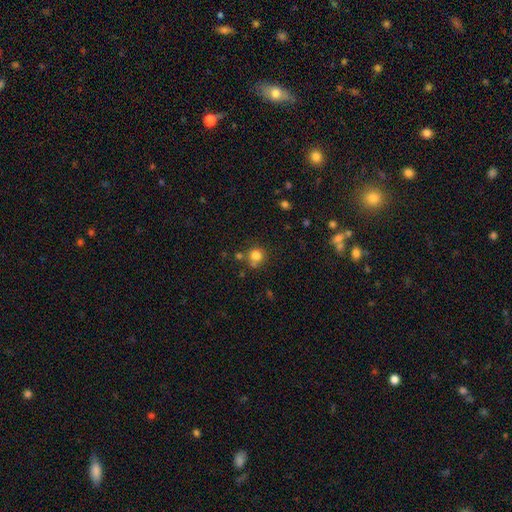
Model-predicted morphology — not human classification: Smooth or featured?
  - smooth: 80% *
  - star or artifact: 13%
  - featured or disk: 7%
How rounded?
  - round: 88% *
  - in between: 11%
  - cigar-shaped: 1%
Merging?
  - none: 64% *
  - merger: 16%
  - minor disturbance: 14%
  - major disturbance: 5%